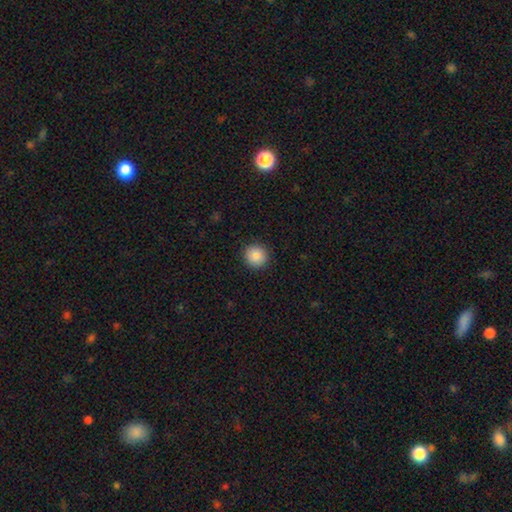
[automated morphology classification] smooth_or_featured: smooth (p=0.89) [alt: star or artifact p=0.08]
how_rounded: round (p=0.93) [alt: in between p=0.06]
merging: none (p=0.91) [alt: minor disturbance p=0.06]